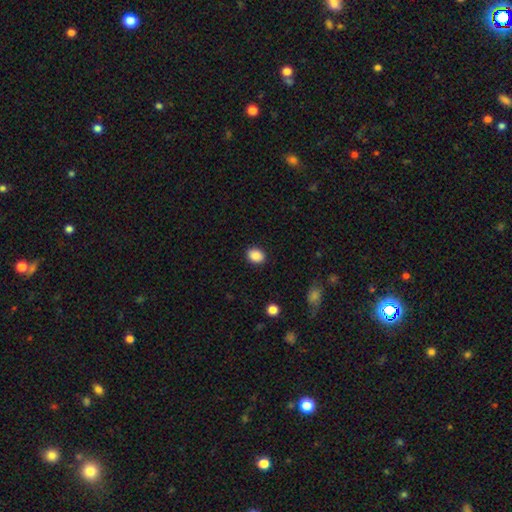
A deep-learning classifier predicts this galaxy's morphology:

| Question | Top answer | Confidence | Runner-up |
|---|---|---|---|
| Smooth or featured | smooth | 88% | star or artifact (9%) |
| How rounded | in between | 61% | round (39%) |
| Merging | none | 89% | minor disturbance (8%) |